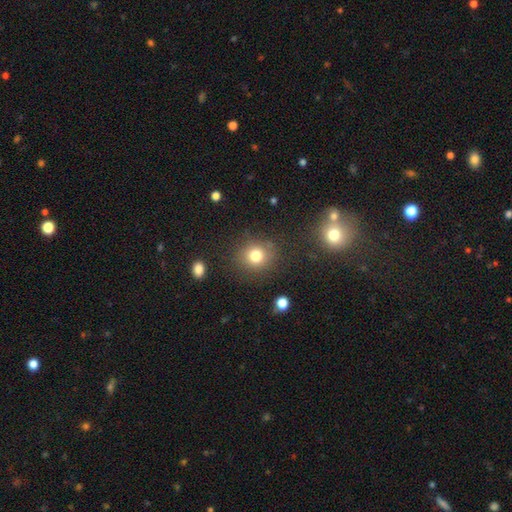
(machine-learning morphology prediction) smooth-or-featured: smooth: 78% | star or artifact: 14% | featured or disk: 8%
  how-rounded: round: 84% | in between: 15% | cigar-shaped: 1%
  merging: none: 84% | minor disturbance: 10% | major disturbance: 4% | merger: 2%